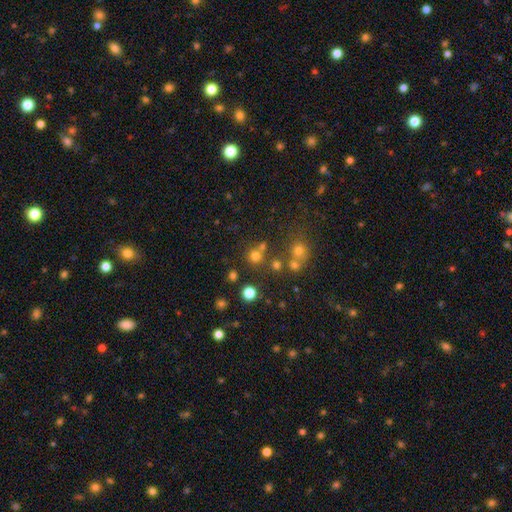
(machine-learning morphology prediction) Smooth or featured: smooth — 67% (star or artifact — 24%)
How rounded: round — 90% (in between — 9%)
Merging: none — 70% (merger — 18%)